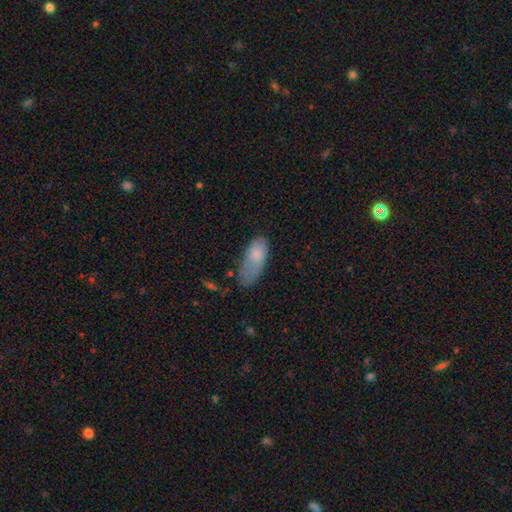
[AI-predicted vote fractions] A smooth galaxy with no disk features (78%) that is in between round and cigar-shaped (84%). Merging: minor disturbance (39%).